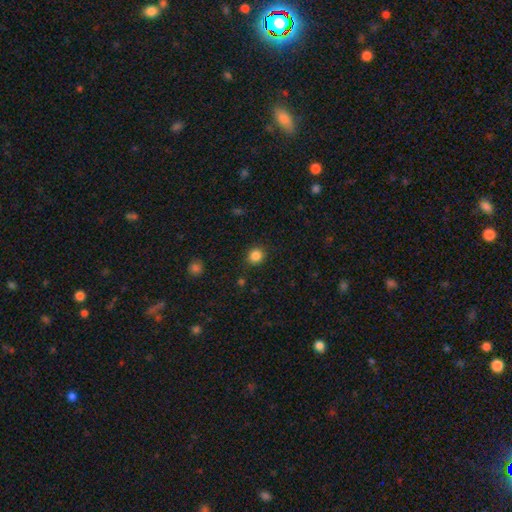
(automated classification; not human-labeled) A smooth galaxy with no disk features (85%) that is round (85%).

Vote fractions:
- Smooth or featured? smooth: 85% / star or artifact: 11% / featured or disk: 4%
- How rounded? round: 85% / in between: 14% / cigar-shaped: 1%
- Merging? none: 87% / minor disturbance: 8% / major disturbance: 3% / merger: 2%